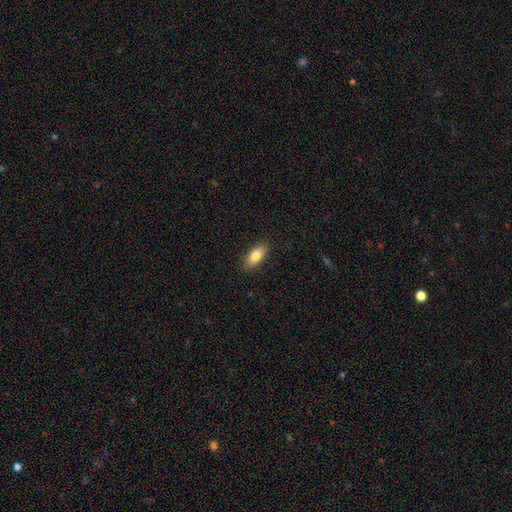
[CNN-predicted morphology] Smooth or featured? smooth (82%)
How rounded? in between (83%)
Merging? none (88%)